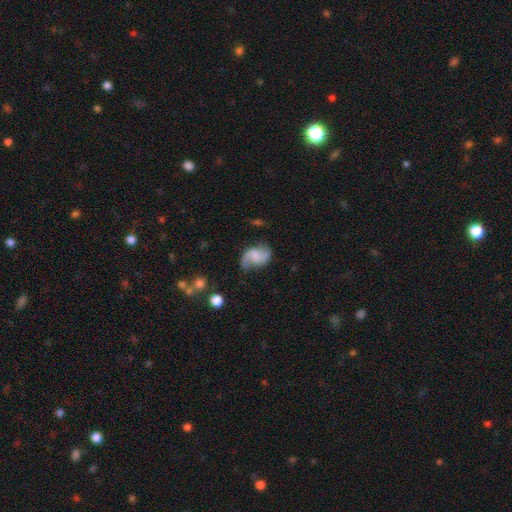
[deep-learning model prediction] Smooth or featured: featured or disk — 73% (smooth — 20%)
Edge-on disk: no — 98% (yes — 2%)
Bar: no — 47% (weak — 44%)
Spiral arms: yes — 94% (no — 6%)
Spiral winding: loose — 57% (medium — 34%)
Spiral arm count: 2 — 90% (1 — 4%)
Bulge size: none — 38% (small — 28%)
Merging: none — 66% (minor disturbance — 23%)